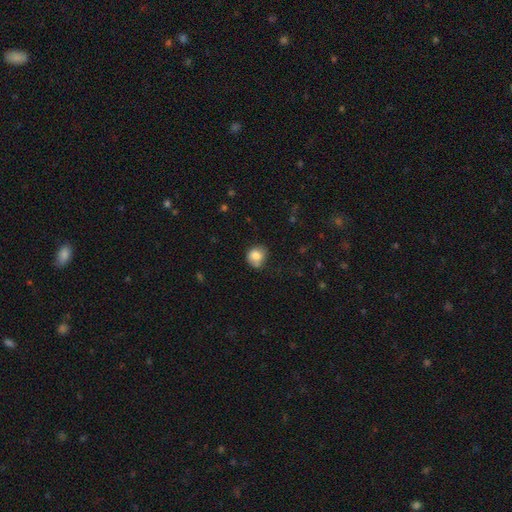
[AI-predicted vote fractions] Smooth or featured: smooth — 80% (featured or disk — 10%)
How rounded: round — 75% (in between — 25%)
Merging: none — 57% (minor disturbance — 29%)